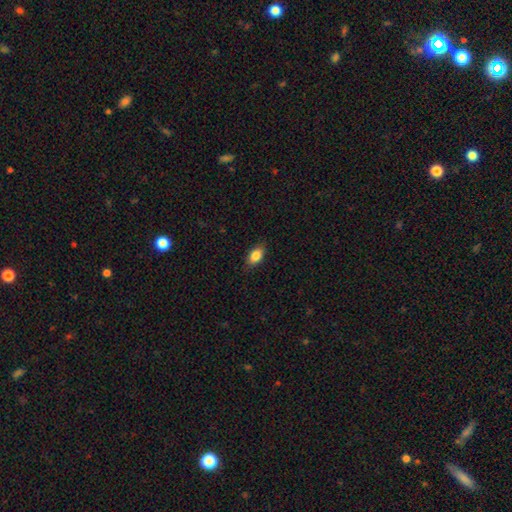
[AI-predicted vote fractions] Morphology: type=smooth (85%); roundness=in between (88%); merging=none (86%).